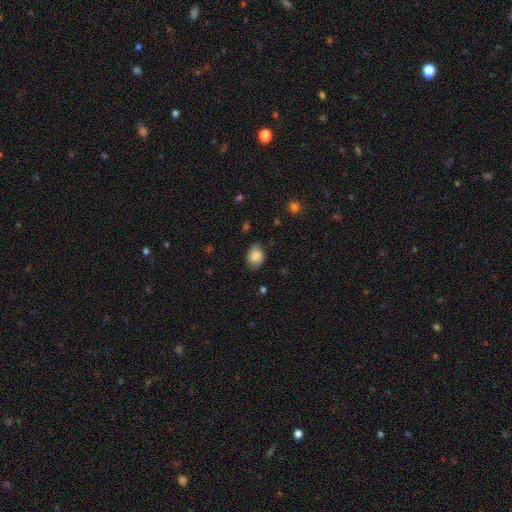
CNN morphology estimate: smooth 78%, featured or disk 14%, star or artifact 8%. Down the decision tree: how rounded — in between (58%); merging — none (70%).